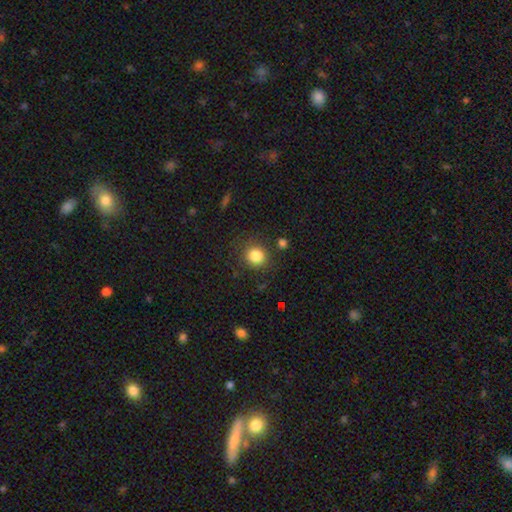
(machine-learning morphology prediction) The model was most divided on "smooth or featured": smooth: 84%, star or artifact: 11%, featured or disk: 5%. More confident: how rounded — round (87%); merging — none (84%).